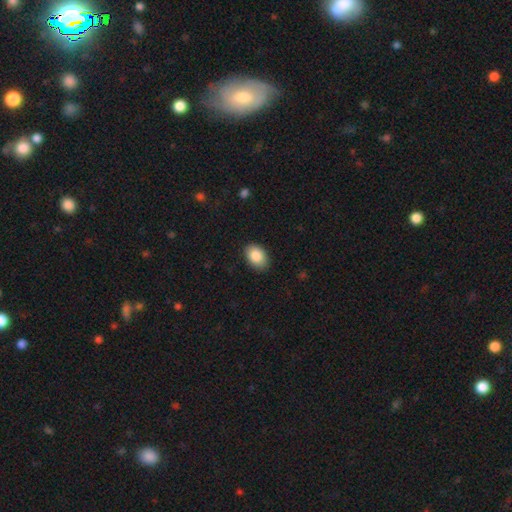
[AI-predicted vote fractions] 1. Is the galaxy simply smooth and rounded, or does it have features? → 87% smooth, 7% star or artifact, 6% featured or disk.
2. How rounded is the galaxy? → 83% in between, 16% round, 1% cigar-shaped.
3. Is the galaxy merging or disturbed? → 87% none, 10% minor disturbance, 2% major disturbance, 1% merger.